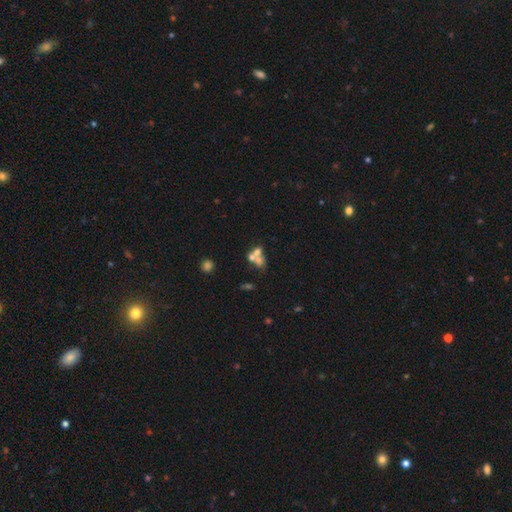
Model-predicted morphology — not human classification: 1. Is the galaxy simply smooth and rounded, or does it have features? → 50% smooth, 33% featured or disk, 17% star or artifact.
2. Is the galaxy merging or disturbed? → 61% merger, 25% none, 7% minor disturbance, 6% major disturbance.